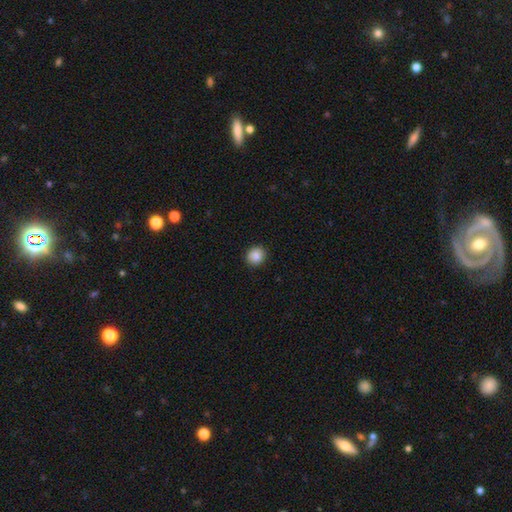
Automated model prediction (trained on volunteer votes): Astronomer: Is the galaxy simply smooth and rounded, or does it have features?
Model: smooth — 87%.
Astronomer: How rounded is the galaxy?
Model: round — 87%.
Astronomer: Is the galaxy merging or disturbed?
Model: none — 91%.